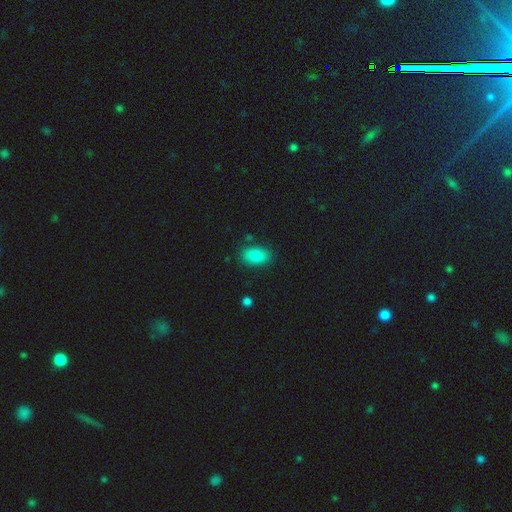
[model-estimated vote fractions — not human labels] smooth_or_featured: smooth (p=0.85) [alt: star or artifact p=0.09]
how_rounded: in between (p=0.90) [alt: round p=0.08]
merging: none (p=0.83) [alt: minor disturbance p=0.12]